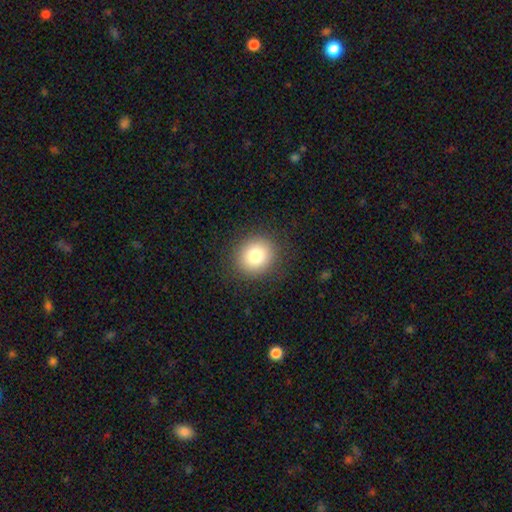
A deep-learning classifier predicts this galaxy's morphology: type=smooth (81%); roundness=round (83%); merging=none (89%).